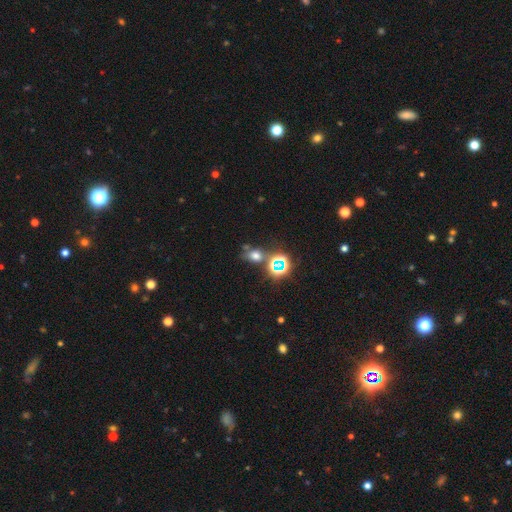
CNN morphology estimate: A smooth galaxy with no disk features (53%) that is round (57%). Merging: none (59%).